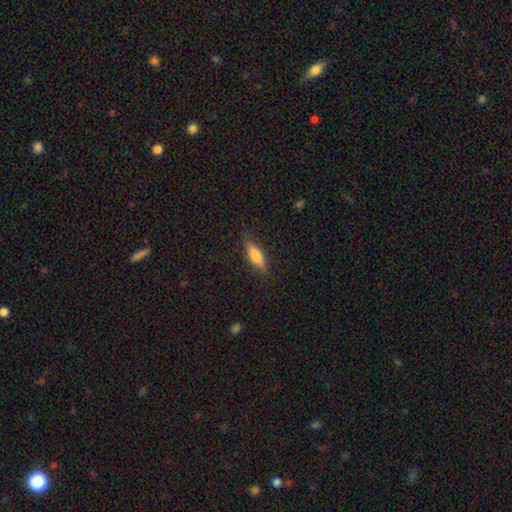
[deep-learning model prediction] smooth-or-featured: smooth: 68% | featured or disk: 25% | star or artifact: 6%
  how-rounded: cigar-shaped: 53% | in between: 45% | round: 2%
  merging: none: 83% | minor disturbance: 13% | major disturbance: 3% | merger: 1%